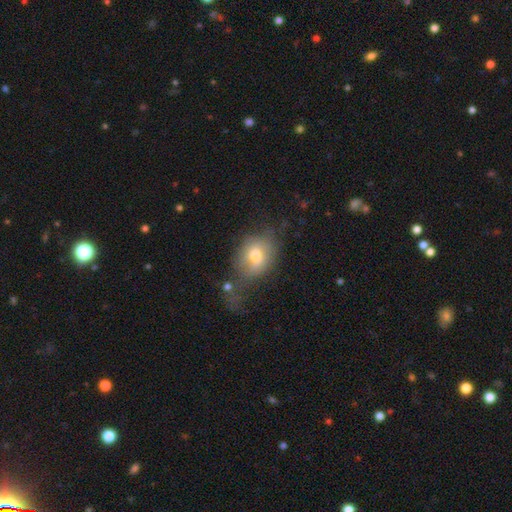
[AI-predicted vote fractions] The model was most divided on "merging": none: 38%, major disturbance: 25%, minor disturbance: 24%, merger: 13%. More confident: smooth or featured — smooth (68%); how rounded — in between (56%).